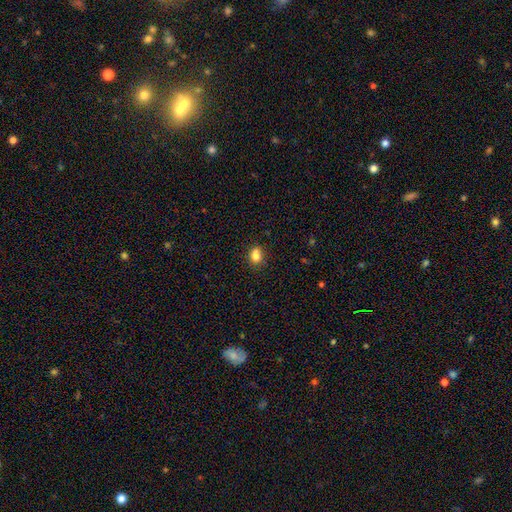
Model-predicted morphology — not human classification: type=smooth (83%); roundness=in between (57%); merging=none (75%).